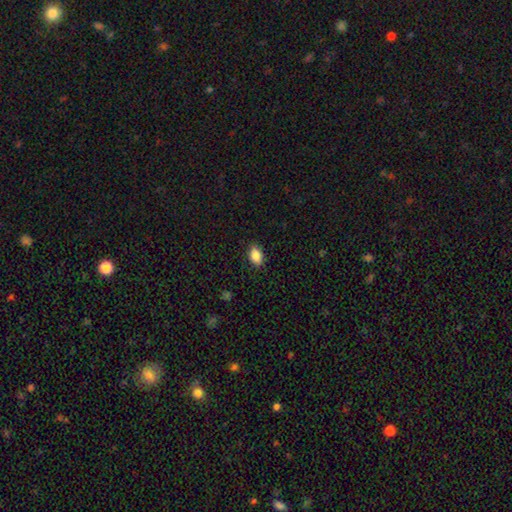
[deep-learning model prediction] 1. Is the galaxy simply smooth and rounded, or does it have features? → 87% smooth, 8% star or artifact, 5% featured or disk.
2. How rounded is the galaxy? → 86% in between, 12% round, 2% cigar-shaped.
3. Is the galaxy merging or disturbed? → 87% none, 10% minor disturbance, 2% major disturbance, 1% merger.